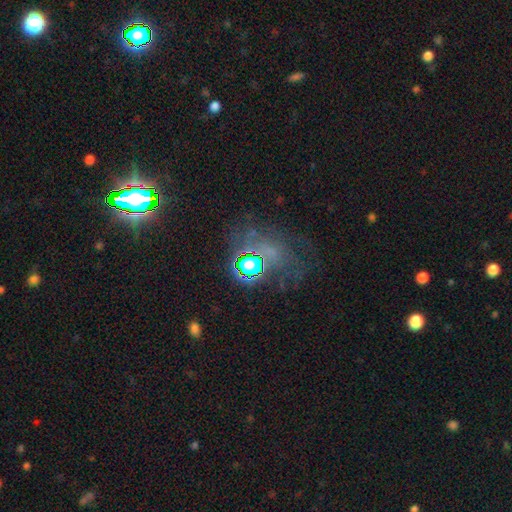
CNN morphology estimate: Q: Smooth or featured?
A: star or artifact (68%); runner-up: smooth (17%)